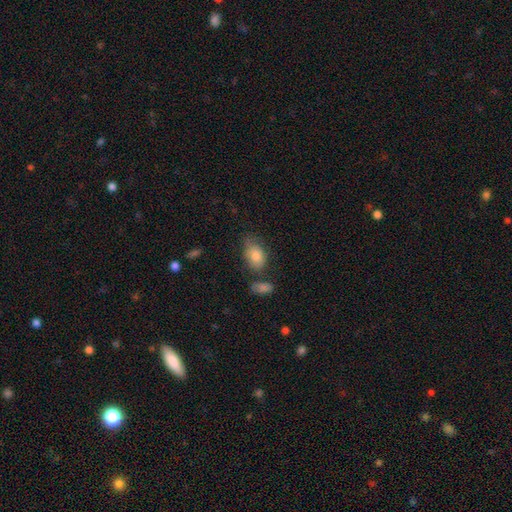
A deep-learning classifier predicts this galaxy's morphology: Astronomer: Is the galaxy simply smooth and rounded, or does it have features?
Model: smooth — 82%.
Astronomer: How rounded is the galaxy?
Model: in between — 86%.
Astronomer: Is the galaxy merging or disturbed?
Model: none — 56%.